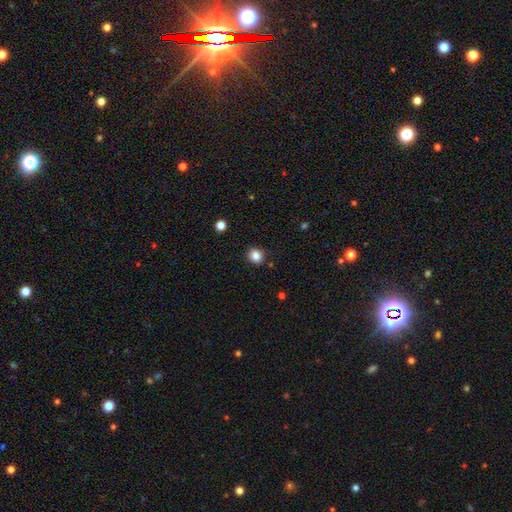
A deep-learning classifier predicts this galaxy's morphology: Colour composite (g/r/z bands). It shows a smooth galaxy with no disk features (84%) that is round (73%). Merging: none (87%).